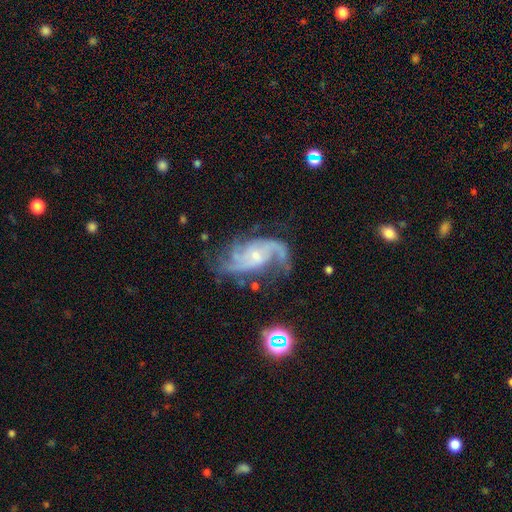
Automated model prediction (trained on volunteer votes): Overall: featured or disk (87%). Edge-on disk: no (97%). Bar: no (58%; weak 34%). Spiral arms: yes (96%). Spiral arm count: 2 (37%; 3 24%). Spiral winding: medium (44%; loose 35%). Bulge size: small (69%). Merging: none (56%; minor disturbance 22%).